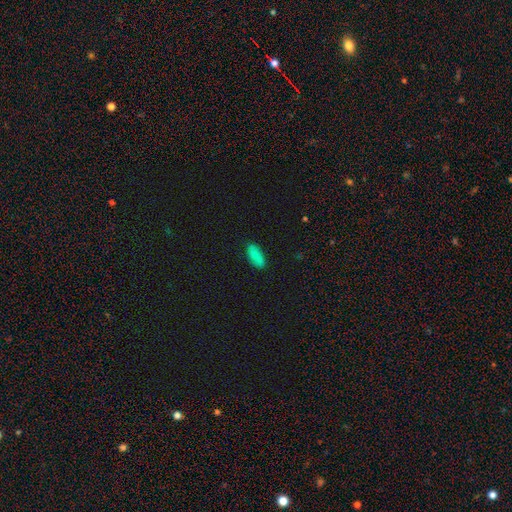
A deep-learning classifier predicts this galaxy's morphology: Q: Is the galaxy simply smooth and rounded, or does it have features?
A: smooth — 84%.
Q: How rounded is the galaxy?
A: in between — 82%.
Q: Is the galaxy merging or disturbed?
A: none — 86%.